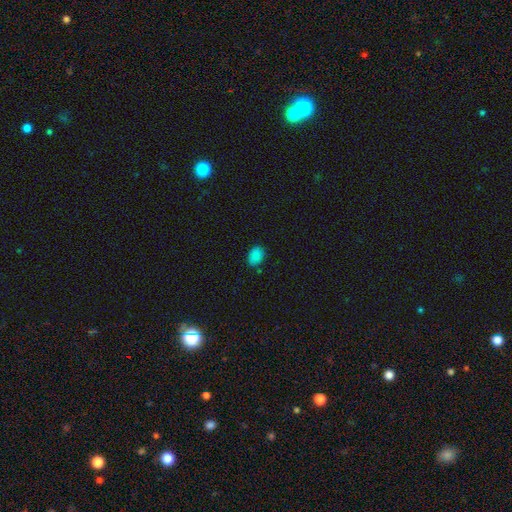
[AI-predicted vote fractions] Smooth or featured? Predicted: smooth (p=0.85). How rounded? Predicted: in between (p=0.82). Merging? Predicted: none (p=0.82).